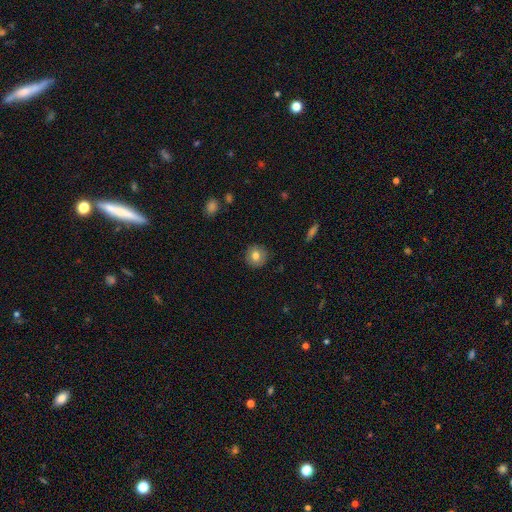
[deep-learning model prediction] Smooth or featured?
  - smooth: 78% *
  - featured or disk: 13%
  - star or artifact: 9%
How rounded?
  - round: 92% *
  - in between: 7%
  - cigar-shaped: 1%
Merging?
  - none: 90% *
  - minor disturbance: 7%
  - major disturbance: 2%
  - merger: 1%